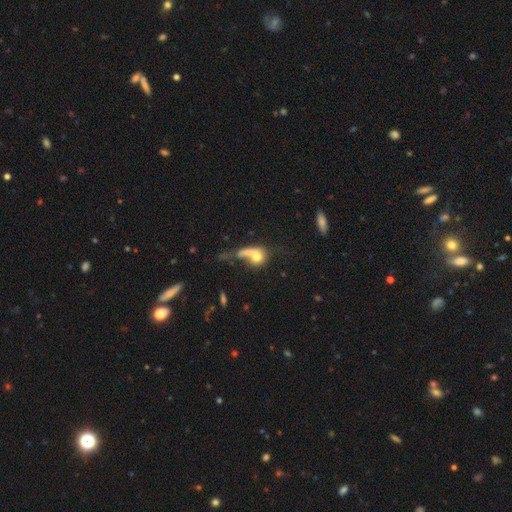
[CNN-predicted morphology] smooth 61%, featured or disk 28%, star or artifact 11%. Down the decision tree: how rounded — round (51%); merging — major disturbance (33%).